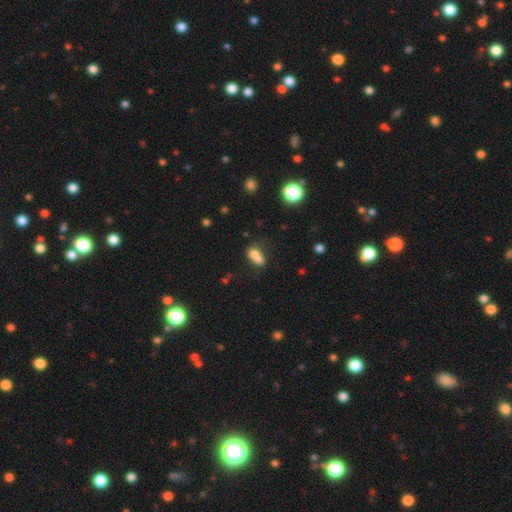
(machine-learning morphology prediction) This is likely a smooth galaxy (68%). How rounded: possibly round (50%). Merging: likely merger (67%).